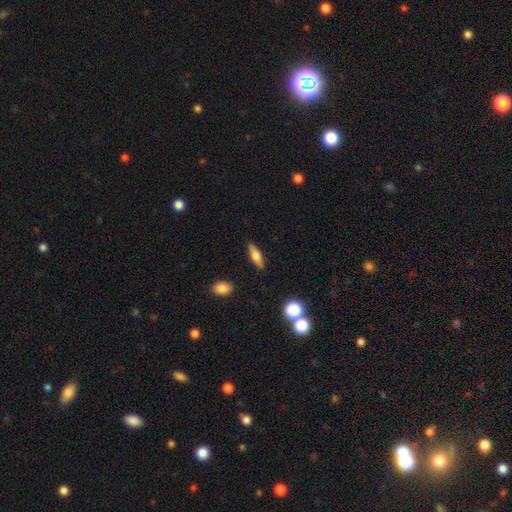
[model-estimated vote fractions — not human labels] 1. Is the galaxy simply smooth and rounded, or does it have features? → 61% smooth, 32% featured or disk, 8% star or artifact.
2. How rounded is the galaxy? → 51% in between, 45% cigar-shaped, 4% round.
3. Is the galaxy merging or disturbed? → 86% none, 9% minor disturbance, 2% major disturbance, 2% merger.